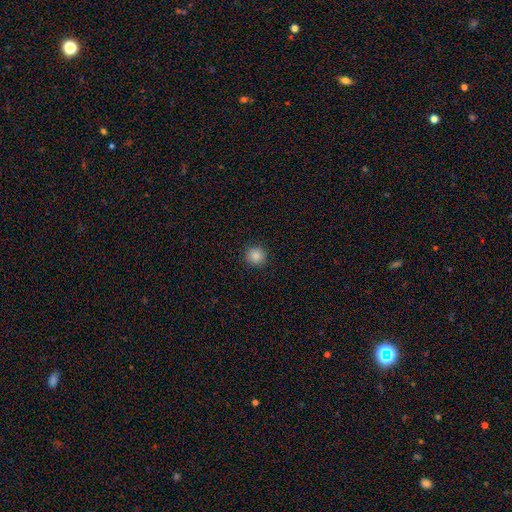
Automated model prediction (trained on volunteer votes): Overall: smooth (86%). How rounded: round (94%). Merging: none (92%).